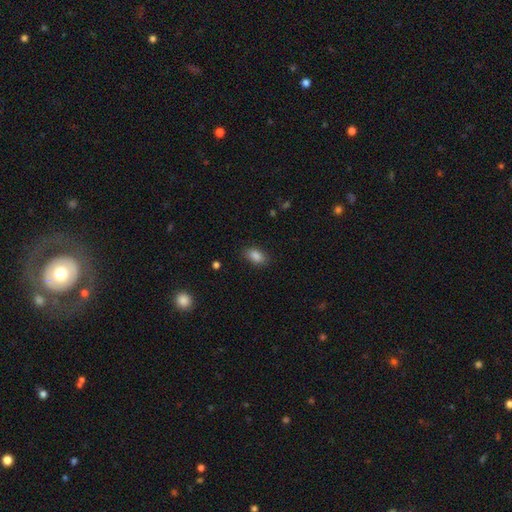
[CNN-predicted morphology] Smooth or featured: smooth — 87% (star or artifact — 9%)
How rounded: in between — 89% (round — 8%)
Merging: none — 85% (minor disturbance — 11%)